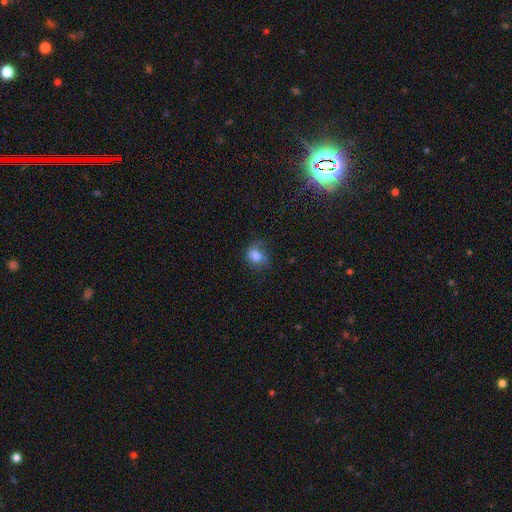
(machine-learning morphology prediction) Overall: smooth (79%). How rounded: in between (51%; round 47%). Merging: none (51%; minor disturbance 30%).